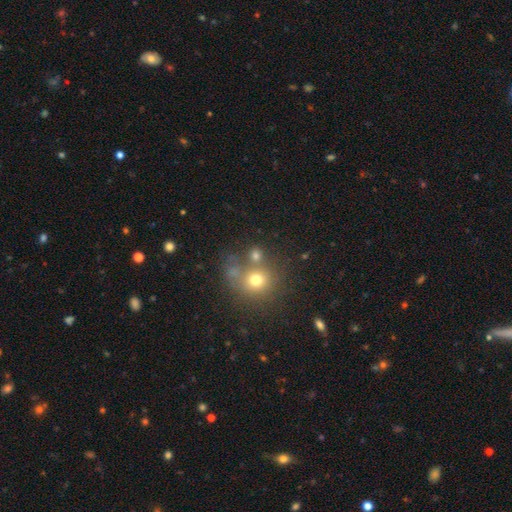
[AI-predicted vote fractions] Overall: smooth (70%). How rounded: round (80%). Merging: none (56%; merger 28%).